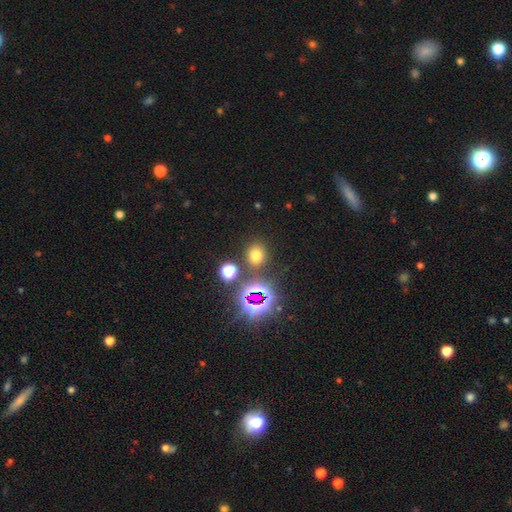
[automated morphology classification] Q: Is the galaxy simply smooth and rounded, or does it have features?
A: smooth — 64%.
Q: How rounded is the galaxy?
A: round — 71%.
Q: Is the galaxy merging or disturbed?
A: none — 81%.